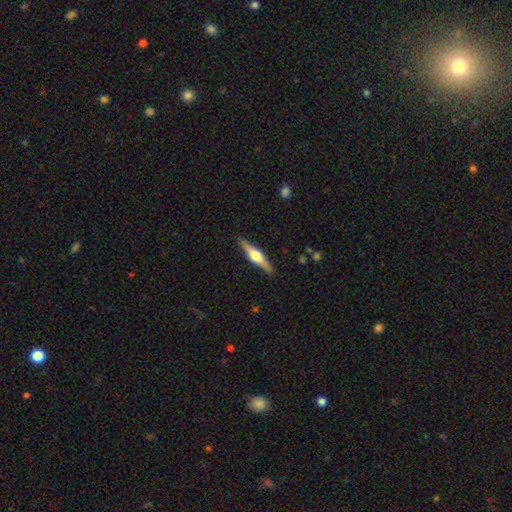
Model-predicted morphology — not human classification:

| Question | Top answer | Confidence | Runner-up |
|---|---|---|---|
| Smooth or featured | featured or disk | 69% | smooth (26%) |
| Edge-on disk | yes | 97% | no (3%) |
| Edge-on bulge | rounded | 90% | boxy (8%) |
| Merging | none | 90% | minor disturbance (8%) |